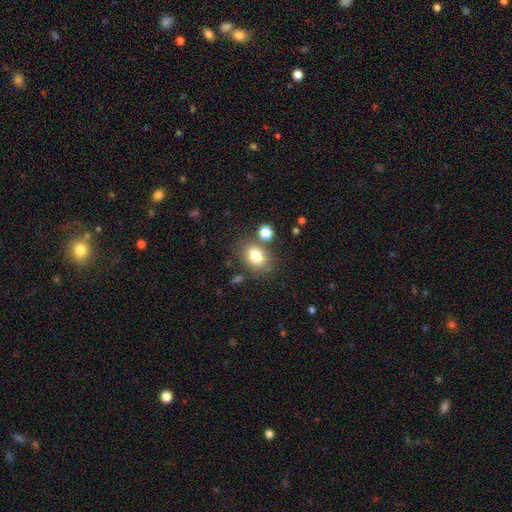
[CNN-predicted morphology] This is likely a smooth galaxy (79%). How rounded: possibly in between (59%). Merging: likely none (69%).